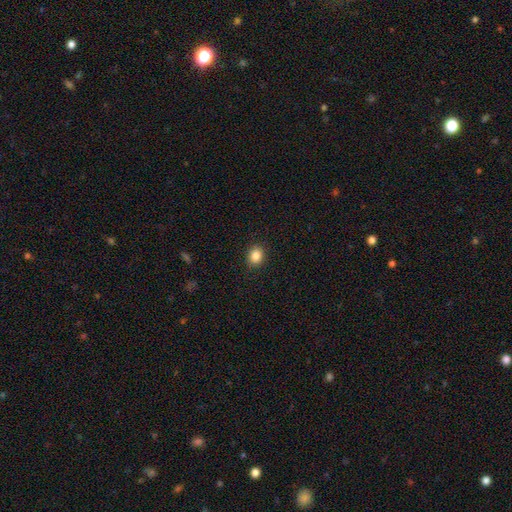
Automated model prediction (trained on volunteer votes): Smooth or featured? Predicted: smooth (p=0.86). How rounded? Predicted: round (p=0.53). Merging? Predicted: none (p=0.89).